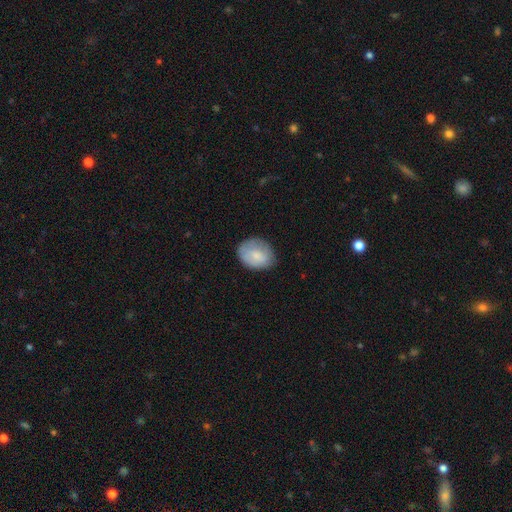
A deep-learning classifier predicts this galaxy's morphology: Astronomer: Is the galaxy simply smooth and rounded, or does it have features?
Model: smooth — 77%.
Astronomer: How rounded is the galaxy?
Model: in between — 61% (runner-up: round, 38%).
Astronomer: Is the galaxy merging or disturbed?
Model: none — 73%.